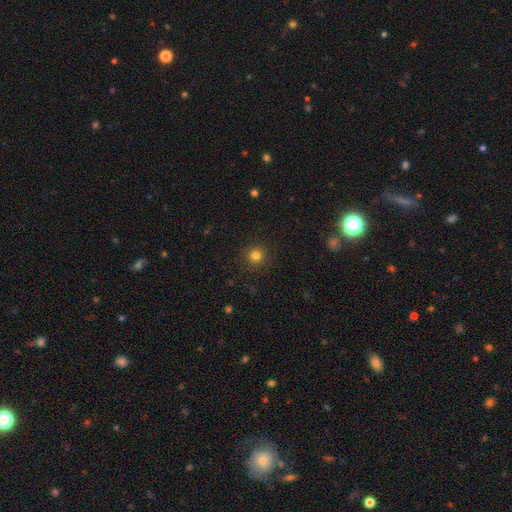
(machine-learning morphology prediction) The model was most divided on "smooth or featured": smooth: 80%, star or artifact: 15%, featured or disk: 6%. More confident: how rounded — round (94%); merging — none (90%).